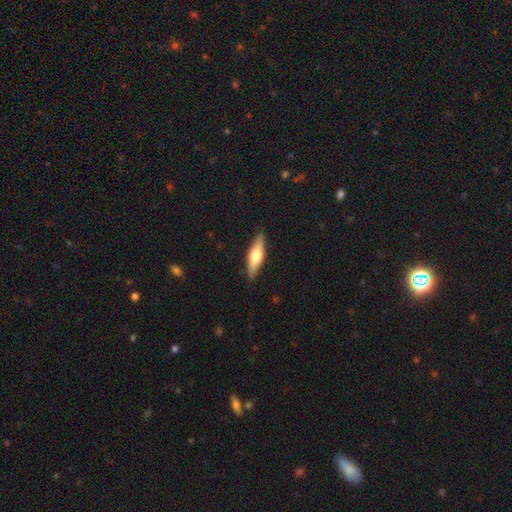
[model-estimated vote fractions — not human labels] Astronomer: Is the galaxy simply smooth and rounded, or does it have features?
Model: smooth — 51% (runner-up: featured or disk, 43%).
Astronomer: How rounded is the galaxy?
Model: cigar-shaped — 59% (runner-up: in between, 38%).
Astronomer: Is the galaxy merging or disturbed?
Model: none — 88%.